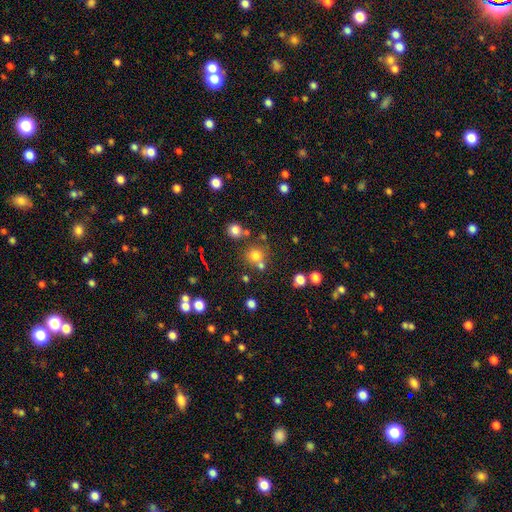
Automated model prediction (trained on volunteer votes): Smooth or featured? smooth (72%)
How rounded? round (88%)
Merging? none (63%)